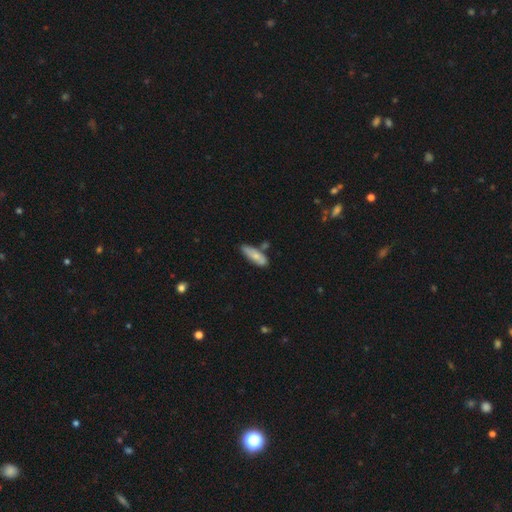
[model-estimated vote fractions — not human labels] smooth 68%, featured or disk 26%, star or artifact 6%. Down the decision tree: how rounded — in between (58%); merging — none (60%).